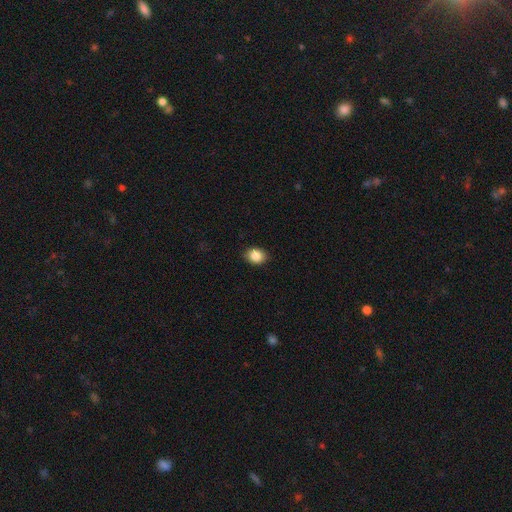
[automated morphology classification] Smooth or featured?
  - smooth: 86% *
  - star or artifact: 9%
  - featured or disk: 5%
How rounded?
  - in between: 54% *
  - round: 45%
  - cigar-shaped: 1%
Merging?
  - none: 89% *
  - minor disturbance: 8%
  - major disturbance: 2%
  - merger: 1%